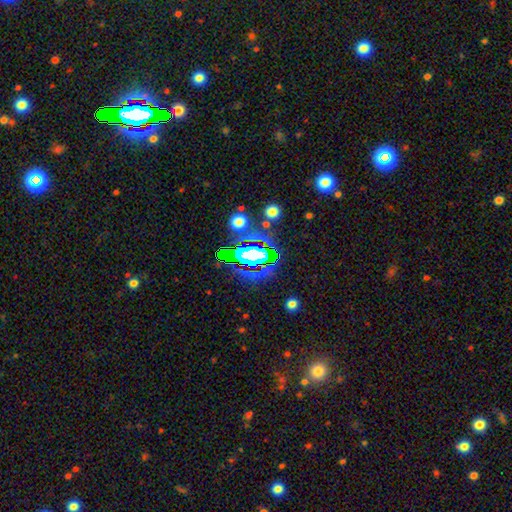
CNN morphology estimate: Smooth or featured? Predicted: star or artifact (p=0.56).